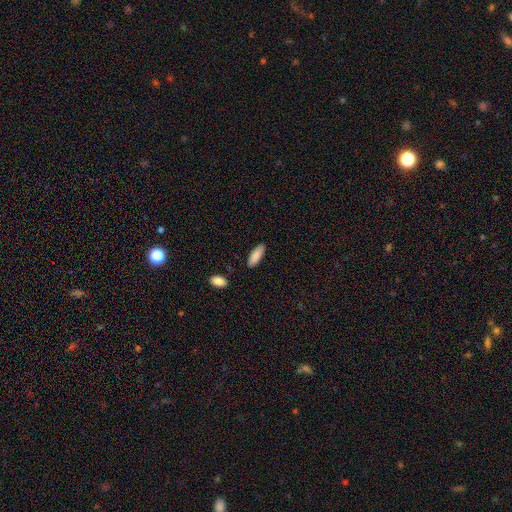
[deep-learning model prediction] The model was most divided on "how rounded": in between: 69%, cigar-shaped: 30%, round: 2%. More confident: smooth or featured — smooth (88%); merging — none (85%).